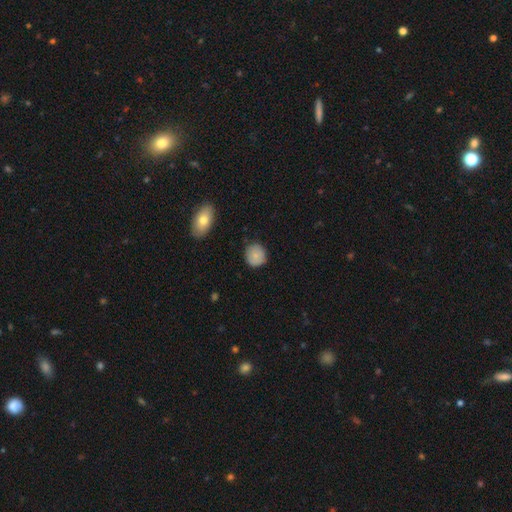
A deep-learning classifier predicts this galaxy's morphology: Overall: smooth (82%). How rounded: round (84%). Merging: none (82%).